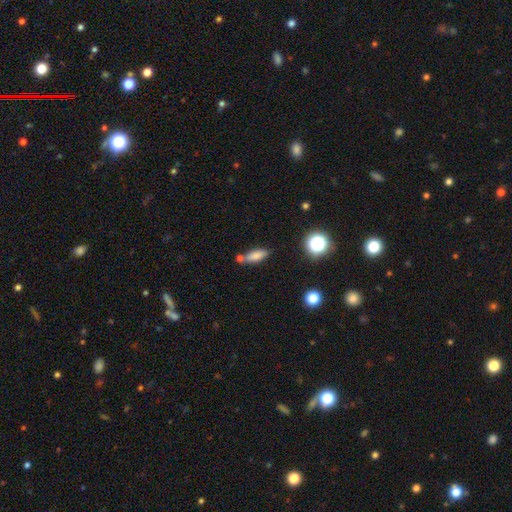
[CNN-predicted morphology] smooth_or_featured: smooth (p=0.78) [alt: star or artifact p=0.11]
how_rounded: in between (p=0.67) [alt: cigar-shaped p=0.29]
merging: none (p=0.61) [alt: merger p=0.20]